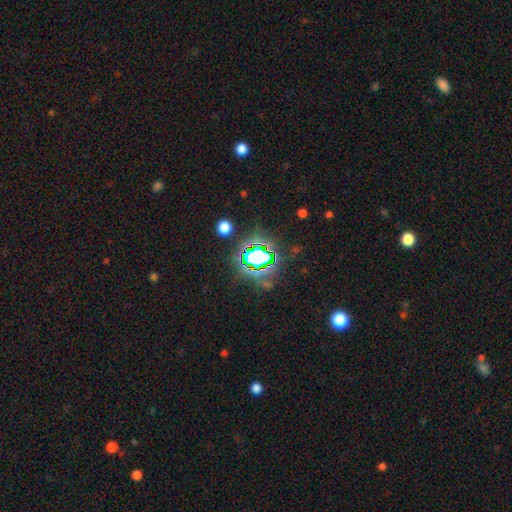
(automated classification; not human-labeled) Smooth or featured: star or artifact — 70% (smooth — 18%)